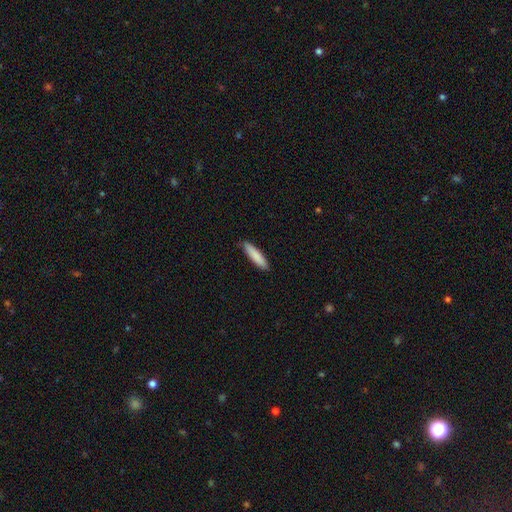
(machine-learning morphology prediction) Smooth or featured?
  - smooth: 86% *
  - featured or disk: 8%
  - star or artifact: 5%
How rounded?
  - cigar-shaped: 79% *
  - in between: 20%
  - round: 1%
Merging?
  - none: 88% *
  - minor disturbance: 10%
  - major disturbance: 2%
  - merger: 1%